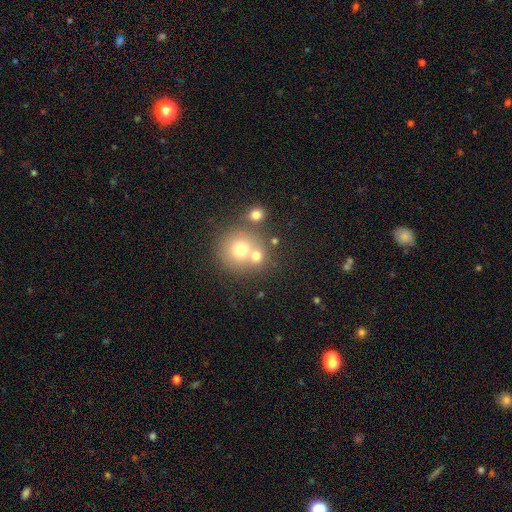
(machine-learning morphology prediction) smooth 70%, featured or disk 16%, star or artifact 14%. Down the decision tree: how rounded — round (88%); merging — none (48%).